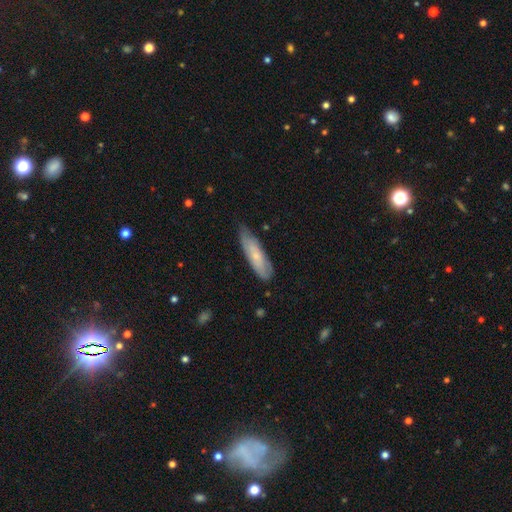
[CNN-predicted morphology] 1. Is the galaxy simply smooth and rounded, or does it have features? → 60% smooth, 34% featured or disk, 6% star or artifact.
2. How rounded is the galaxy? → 59% cigar-shaped, 39% in between, 2% round.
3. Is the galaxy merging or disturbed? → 66% none, 28% minor disturbance, 5% major disturbance, 1% merger.